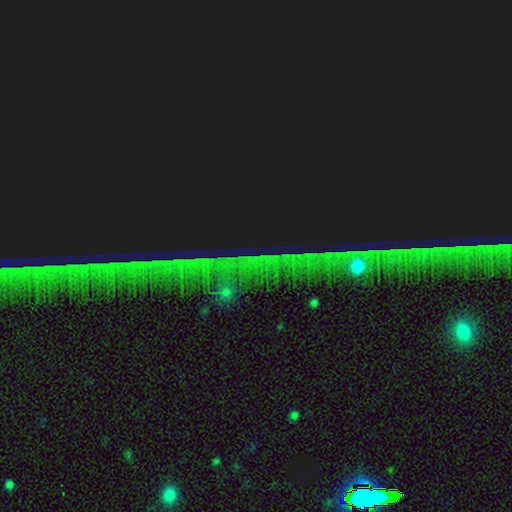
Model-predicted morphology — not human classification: Smooth or featured? Predicted: star or artifact (p=0.85).